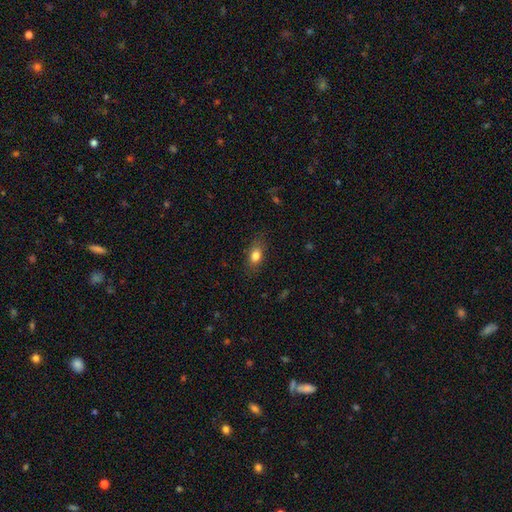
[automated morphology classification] smooth_or_featured: smooth (p=0.80) [alt: featured or disk p=0.11]
how_rounded: in between (p=0.79) [alt: round p=0.13]
merging: none (p=0.79) [alt: minor disturbance p=0.15]